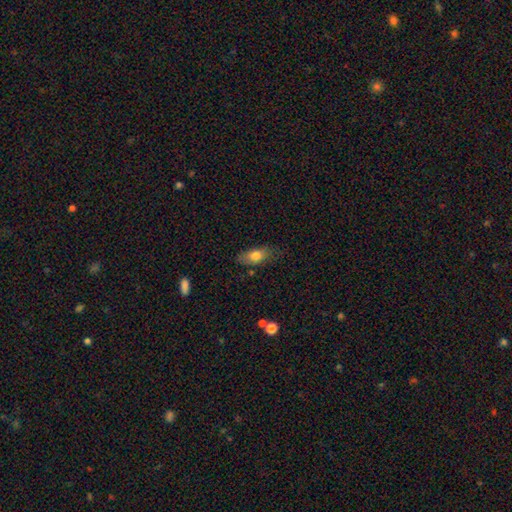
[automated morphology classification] type=smooth (76%); roundness=in between (80%); merging=none (72%).